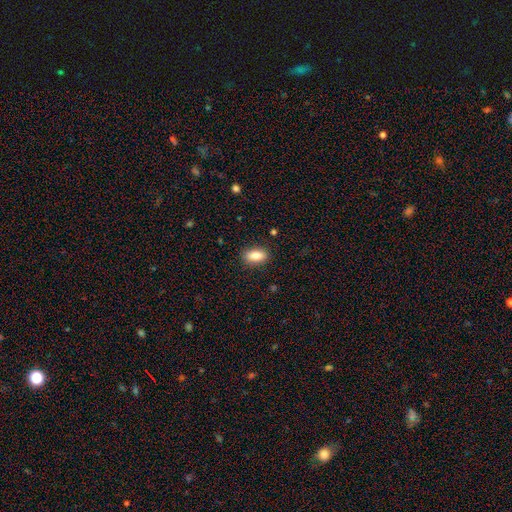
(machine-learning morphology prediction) Q: Smooth or featured?
A: smooth (86%); runner-up: star or artifact (7%)
Q: How rounded?
A: in between (88%); runner-up: cigar-shaped (6%)
Q: Merging?
A: none (88%); runner-up: minor disturbance (9%)